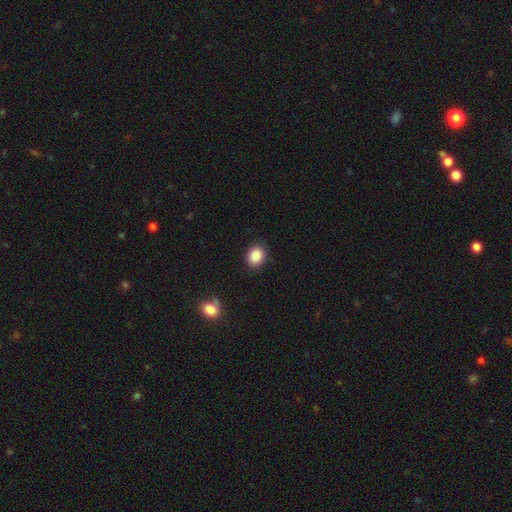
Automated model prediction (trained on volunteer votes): smooth 87%, star or artifact 9%, featured or disk 4%. Down the decision tree: how rounded — round (60%); merging — none (88%).